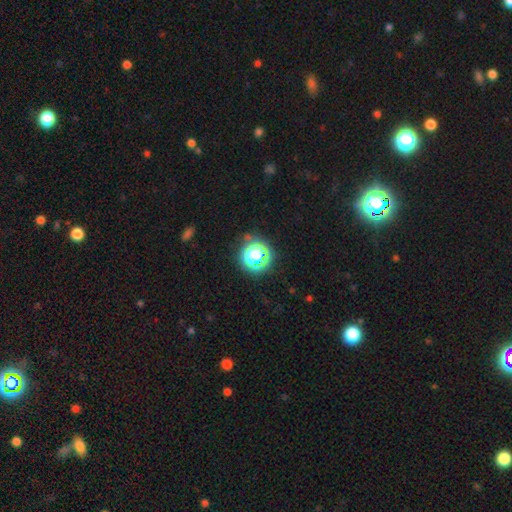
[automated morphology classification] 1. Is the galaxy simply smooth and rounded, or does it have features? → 56% star or artifact, 33% smooth, 11% featured or disk.